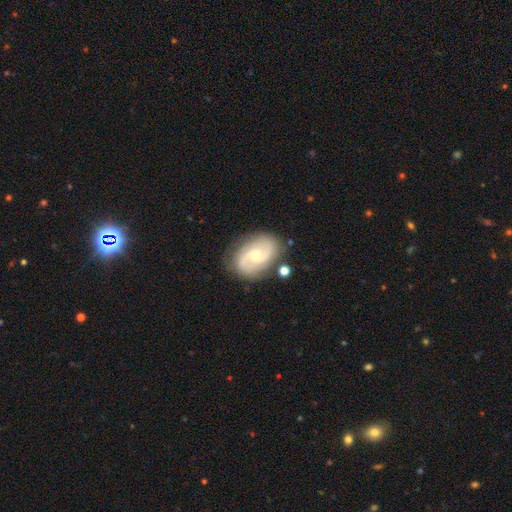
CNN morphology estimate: Q: Smooth or featured?
A: featured or disk (79%); runner-up: smooth (15%)
Q: Edge-on disk?
A: no (97%); runner-up: yes (3%)
Q: Bar?
A: no (60%); runner-up: weak (34%)
Q: Spiral arms?
A: yes (94%); runner-up: no (6%)
Q: Spiral winding?
A: medium (48%); runner-up: tight (27%)
Q: Spiral arm count?
A: 2 (82%); runner-up: can't tell (8%)
Q: Bulge size?
A: small (50%); runner-up: moderate (46%)
Q: Merging?
A: none (79%); runner-up: minor disturbance (14%)